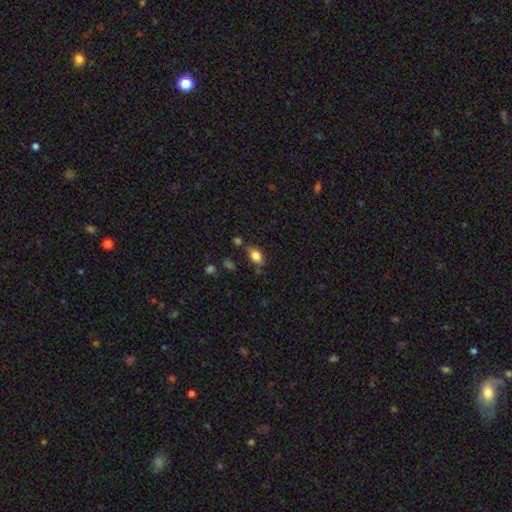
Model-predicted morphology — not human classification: Smooth or featured?
  - smooth: 83% *
  - star or artifact: 9%
  - featured or disk: 8%
How rounded?
  - in between: 88% *
  - round: 10%
  - cigar-shaped: 3%
Merging?
  - none: 72% *
  - minor disturbance: 17%
  - merger: 6%
  - major disturbance: 4%